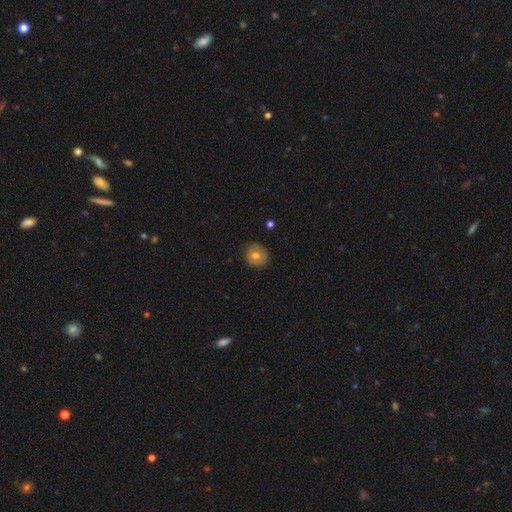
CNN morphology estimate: This appears to be a smooth galaxy with no disk features (69%) that is round (90%). Merging: none (85%).